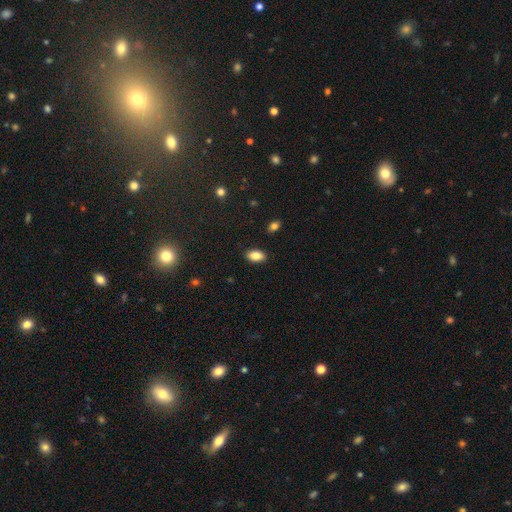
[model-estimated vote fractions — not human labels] Smooth or featured?
  - smooth: 86% *
  - star or artifact: 9%
  - featured or disk: 6%
How rounded?
  - in between: 91% *
  - round: 6%
  - cigar-shaped: 3%
Merging?
  - none: 88% *
  - minor disturbance: 9%
  - major disturbance: 2%
  - merger: 1%